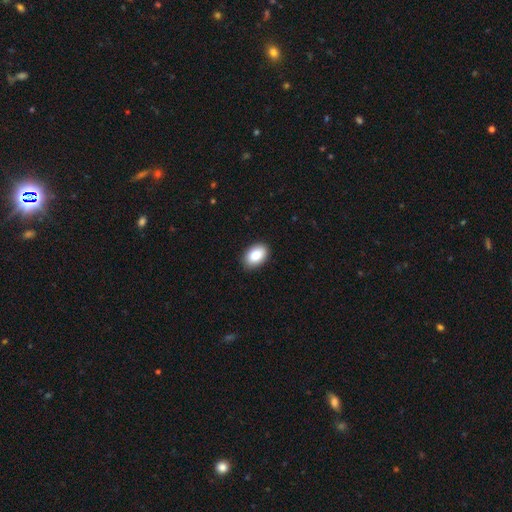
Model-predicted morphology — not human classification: A smooth galaxy with no disk features (85%) that is in between round and cigar-shaped (88%). Merging: none (89%).